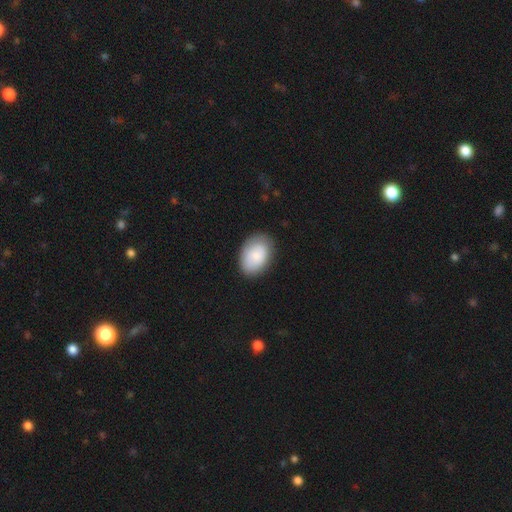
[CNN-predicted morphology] Smooth or featured?
  - smooth: 83% *
  - featured or disk: 11%
  - star or artifact: 6%
How rounded?
  - in between: 84% *
  - round: 15%
  - cigar-shaped: 1%
Merging?
  - none: 82% *
  - minor disturbance: 14%
  - major disturbance: 3%
  - merger: 1%